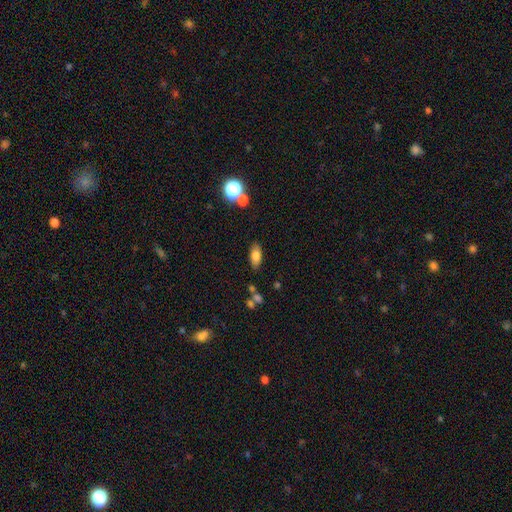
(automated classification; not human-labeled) Smooth or featured: smooth — 77% (featured or disk — 14%)
How rounded: in between — 85% (cigar-shaped — 10%)
Merging: none — 82% (minor disturbance — 11%)